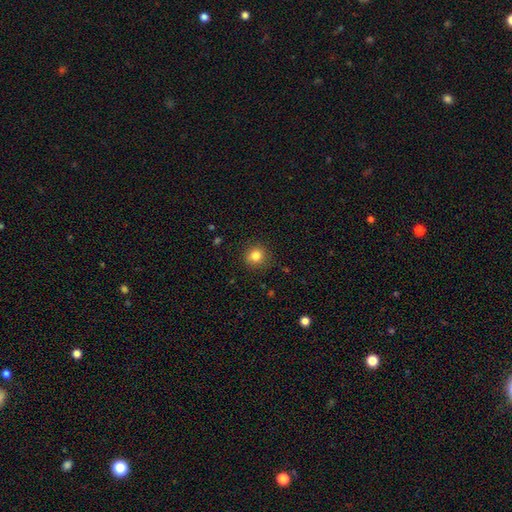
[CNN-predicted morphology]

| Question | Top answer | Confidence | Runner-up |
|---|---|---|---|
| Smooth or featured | smooth | 82% | star or artifact (12%) |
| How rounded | round | 90% | in between (9%) |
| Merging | none | 87% | minor disturbance (10%) |